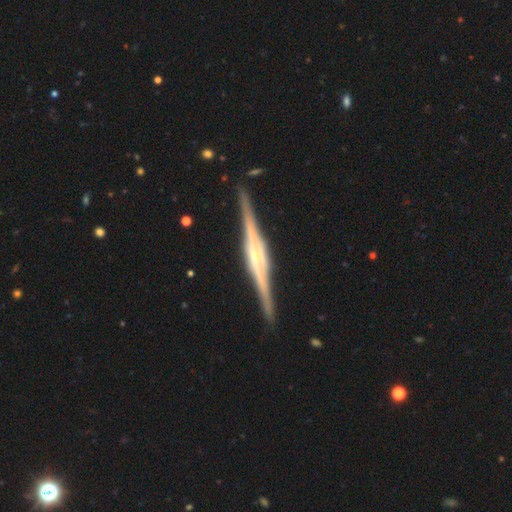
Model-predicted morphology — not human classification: featured or disk 88%, smooth 7%, star or artifact 5%. Down the decision tree: edge-on disk — yes (98%); edge-on bulge — boxy (49%); merging — none (90%).